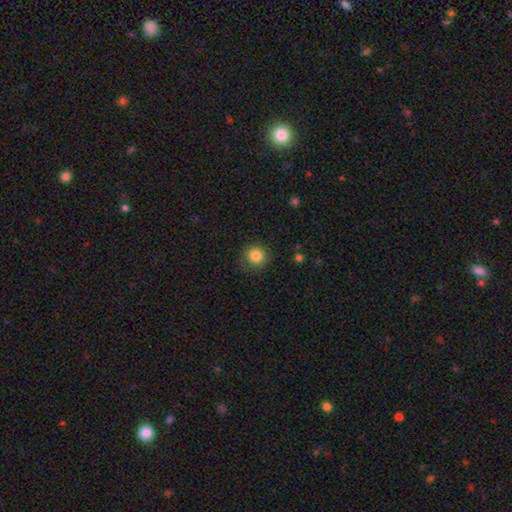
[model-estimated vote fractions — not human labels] This appears to be a smooth galaxy with no disk features (84%) that is round (91%). Merging: none (80%).